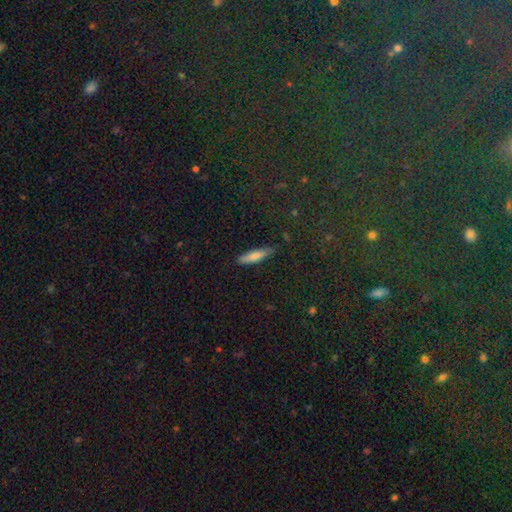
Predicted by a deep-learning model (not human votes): smooth-or-featured: smooth: 76% | featured or disk: 17% | star or artifact: 7%
  how-rounded: cigar-shaped: 78% | in between: 20% | round: 2%
  merging: none: 85% | minor disturbance: 11% | major disturbance: 2% | merger: 1%